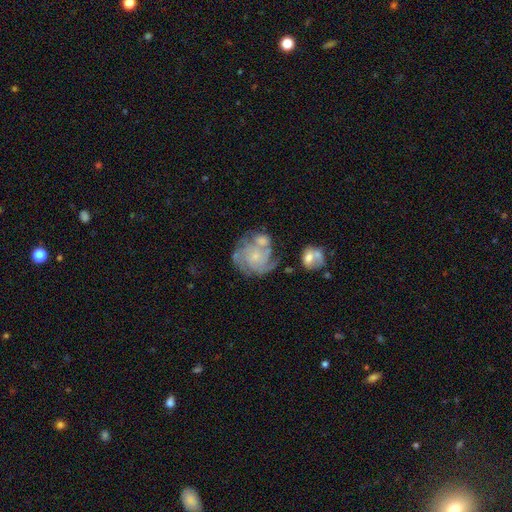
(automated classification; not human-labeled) A featured or disk galaxy (76%) with no bar (80%), tight (58%) spiral arms (89%) and a small central bulge (69%).

Vote fractions:
- Smooth or featured? featured or disk: 76% / smooth: 17% / star or artifact: 7%
- Edge-on disk? no: 98% / yes: 2%
- Bar? no: 80% / weak: 17% / strong: 3%
- Spiral arms? yes: 89% / no: 11%
- Spiral winding? tight: 58% / medium: 31% / loose: 11%
- Spiral arm count? can't tell: 33% / 3: 25% / 2: 16% / 4: 14% / more than 4: 6% / 1: 6%
- Bulge size? small: 69% / moderate: 21% / none: 7% / large: 2% / dominant: 1%
- Merging? none: 46% / merger: 24% / minor disturbance: 17% / major disturbance: 12%